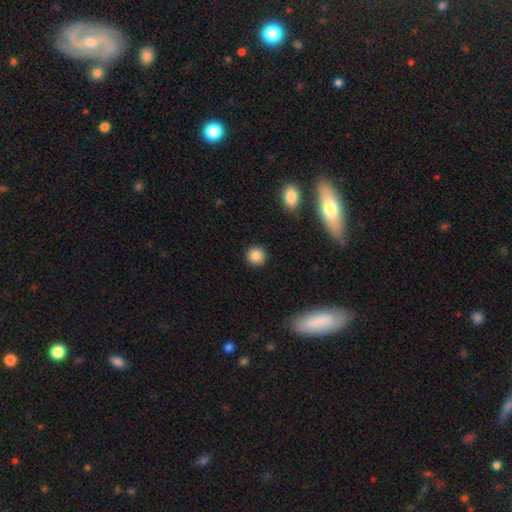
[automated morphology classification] A smooth galaxy with no disk features (85%) that is round (92%). Merging: none (89%).